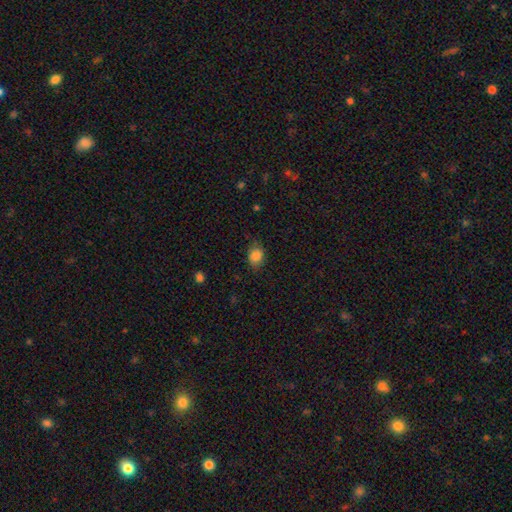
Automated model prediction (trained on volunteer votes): Smooth or featured: smooth — 85% (star or artifact — 10%)
How rounded: in between — 59% (round — 39%)
Merging: none — 75% (minor disturbance — 20%)